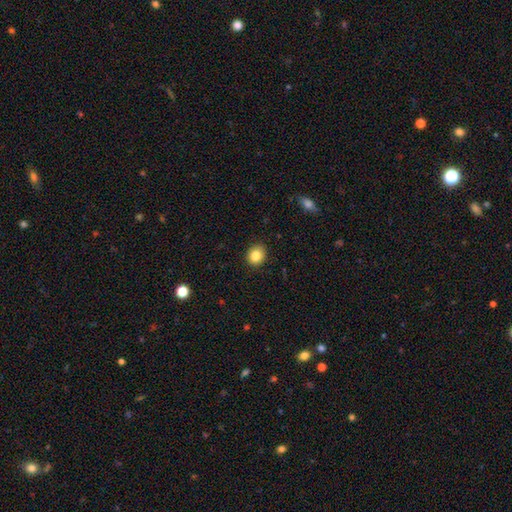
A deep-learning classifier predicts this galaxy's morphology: smooth-or-featured: smooth: 85% | star or artifact: 10% | featured or disk: 6%
  how-rounded: round: 72% | in between: 28% | cigar-shaped: 1%
  merging: none: 89% | minor disturbance: 8% | major disturbance: 2% | merger: 1%